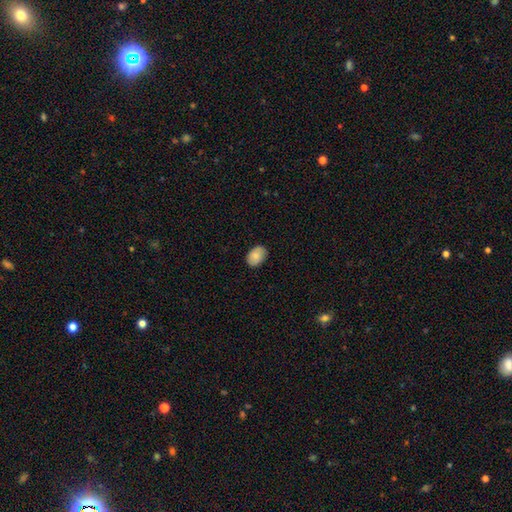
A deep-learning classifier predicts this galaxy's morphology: smooth-or-featured: smooth: 85% | featured or disk: 8% | star or artifact: 7%
  how-rounded: in between: 81% | round: 18% | cigar-shaped: 1%
  merging: none: 85% | minor disturbance: 12% | major disturbance: 2% | merger: 1%